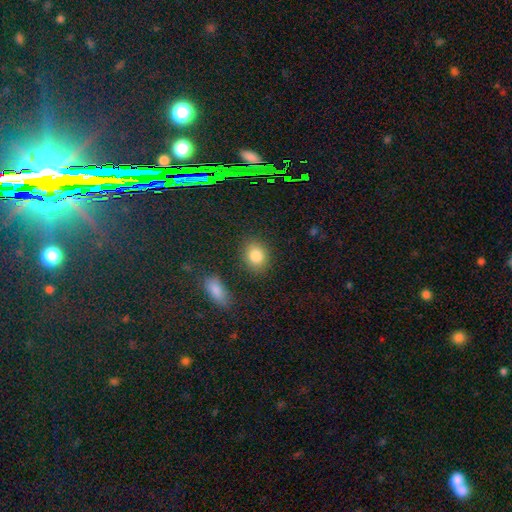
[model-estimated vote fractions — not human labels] This is clearly a smooth galaxy (85%). How rounded: possibly in between (53%). Merging: clearly none (84%).